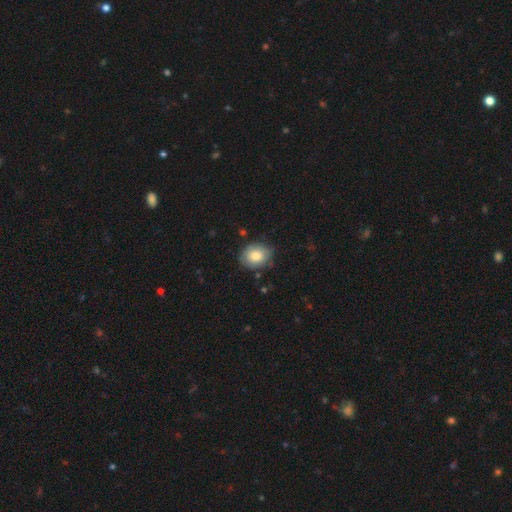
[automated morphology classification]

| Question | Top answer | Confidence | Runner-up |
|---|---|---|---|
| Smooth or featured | smooth | 81% | featured or disk (12%) |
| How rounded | round | 50% | in between (49%) |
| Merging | none | 77% | minor disturbance (17%) |